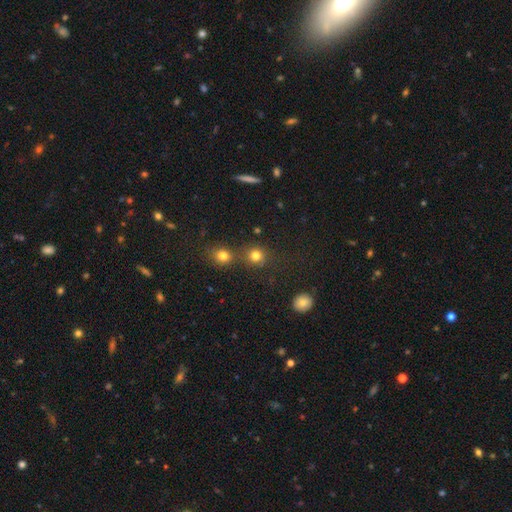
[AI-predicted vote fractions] This appears to be a smooth galaxy with no disk features (79%) that is round (88%). Merging: none (65%).